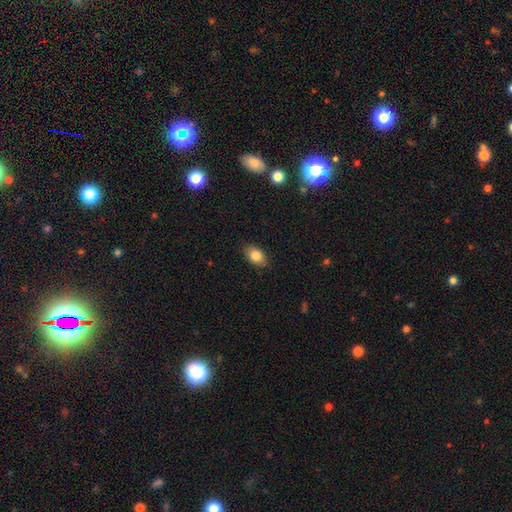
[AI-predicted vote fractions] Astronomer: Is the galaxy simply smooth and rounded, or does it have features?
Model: smooth — 84%.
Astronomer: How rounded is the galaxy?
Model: in between — 87%.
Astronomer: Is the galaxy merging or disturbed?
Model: none — 85%.